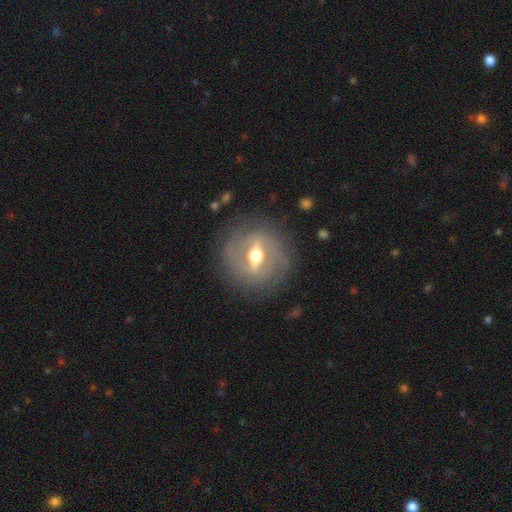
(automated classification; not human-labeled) smooth-or-featured: featured or disk: 79% | smooth: 15% | star or artifact: 6%
  disk-edge-on: no: 76% | yes: 24%
    bar: strong: 70% | weak: 21% | no: 9%
    has-spiral-arms: no: 63% | yes: 37%
    bulge-size: moderate: 74% | large: 16% | small: 8% | dominant: 1% | none: 1%
  merging: none: 81% | minor disturbance: 11% | major disturbance: 6% | merger: 1%